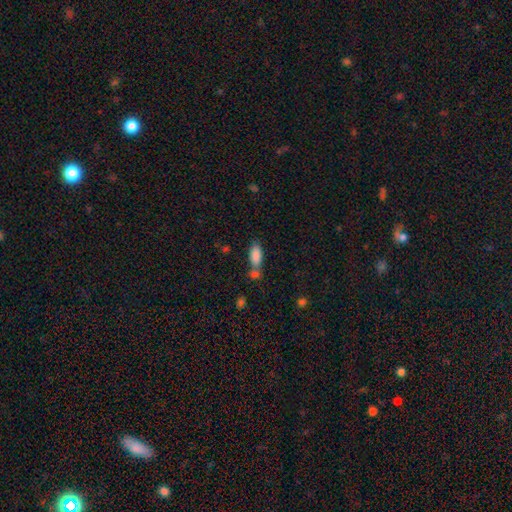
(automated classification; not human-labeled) Morphology: type=smooth (86%); roundness=in between (83%); merging=none (47%).